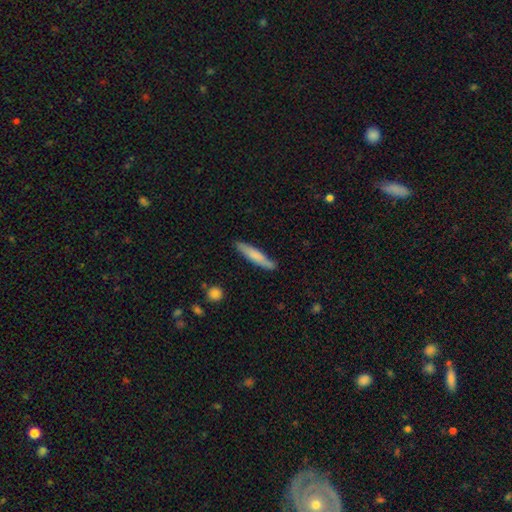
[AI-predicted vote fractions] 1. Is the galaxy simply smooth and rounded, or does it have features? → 71% smooth, 24% featured or disk, 5% star or artifact.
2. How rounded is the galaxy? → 89% cigar-shaped, 10% in between, 1% round.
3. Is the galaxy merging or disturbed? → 82% none, 14% minor disturbance, 2% major disturbance, 2% merger.